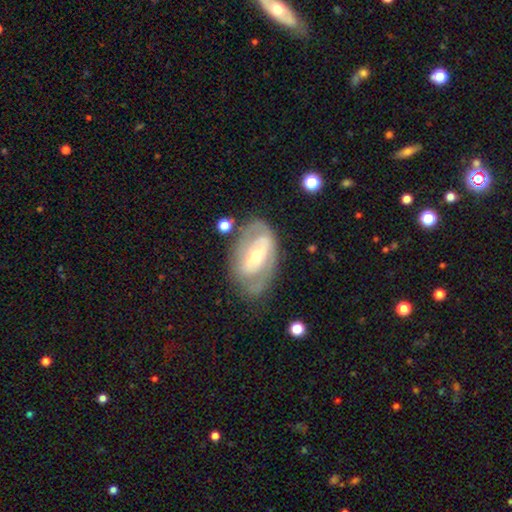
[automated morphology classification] The model was most divided on "bar": strong: 39%, weak: 33%, no: 28%. More confident: edge-on disk — no (93%); smooth or featured — featured or disk (74%); merging — none (66%); spiral arms — yes (61%); bulge size — moderate (51%).